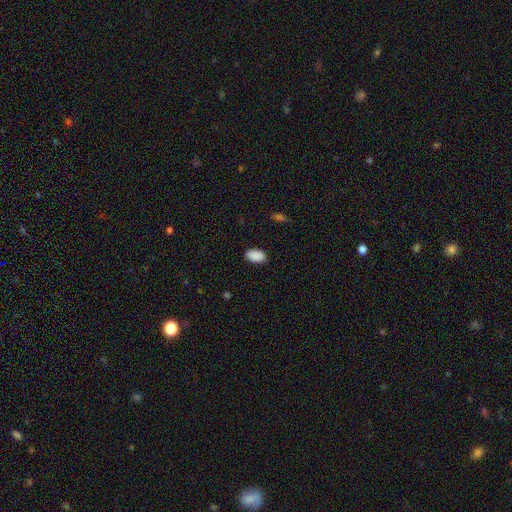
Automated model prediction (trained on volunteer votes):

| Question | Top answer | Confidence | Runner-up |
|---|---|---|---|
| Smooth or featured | smooth | 91% | star or artifact (7%) |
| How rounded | in between | 94% | round (4%) |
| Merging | none | 88% | minor disturbance (9%) |